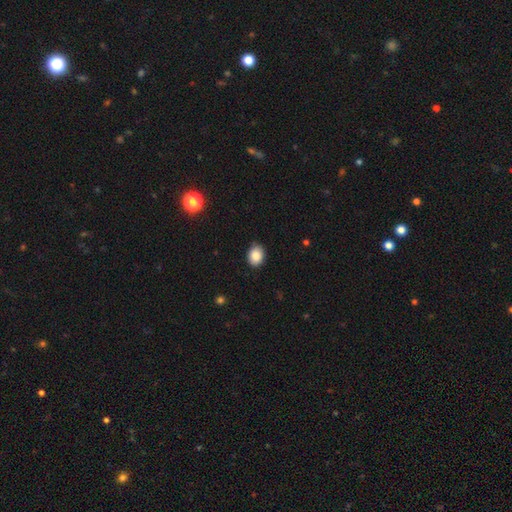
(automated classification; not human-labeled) Morphology: type=smooth (86%); roundness=in between (63%); merging=none (85%).